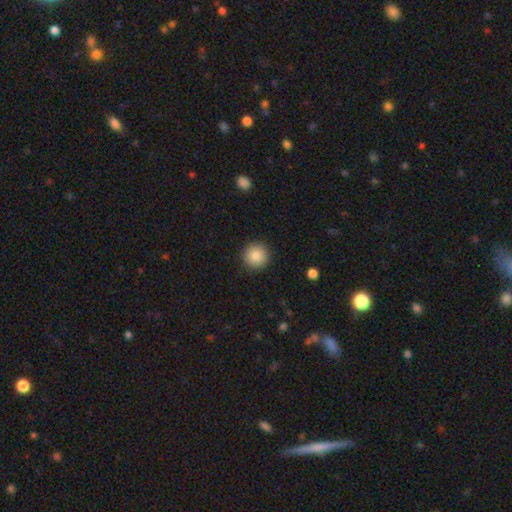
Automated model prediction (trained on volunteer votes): This is clearly a smooth galaxy (86%). How rounded: clearly round (95%). Merging: clearly none (91%).